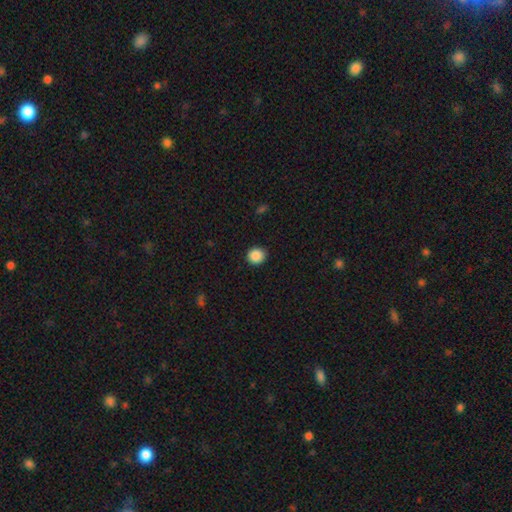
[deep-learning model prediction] Smooth or featured? Predicted: smooth (p=0.88). How rounded? Predicted: round (p=0.90). Merging? Predicted: none (p=0.91).